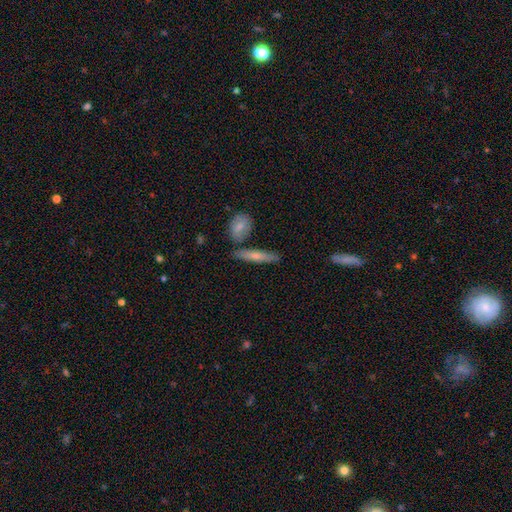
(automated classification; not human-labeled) Overall: smooth (61%; featured or disk 32%). How rounded: cigar-shaped (86%). Merging: none (77%).